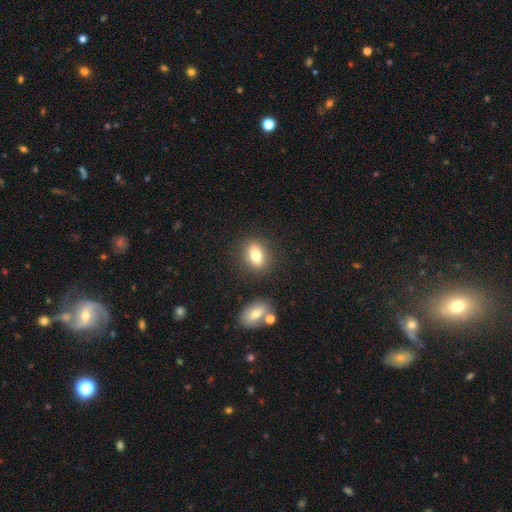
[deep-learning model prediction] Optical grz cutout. It shows a smooth galaxy with no disk features (78%) that is in between round and cigar-shaped (74%). Merging: none (81%).